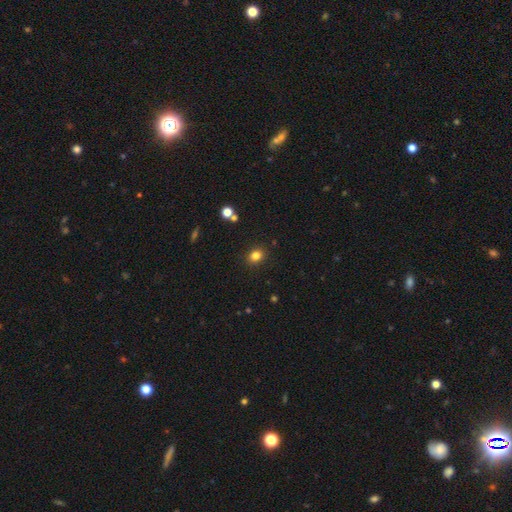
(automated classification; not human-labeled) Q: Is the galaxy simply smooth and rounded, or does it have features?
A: smooth — 82%.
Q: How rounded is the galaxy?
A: round — 58%.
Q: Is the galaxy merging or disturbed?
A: none — 88%.